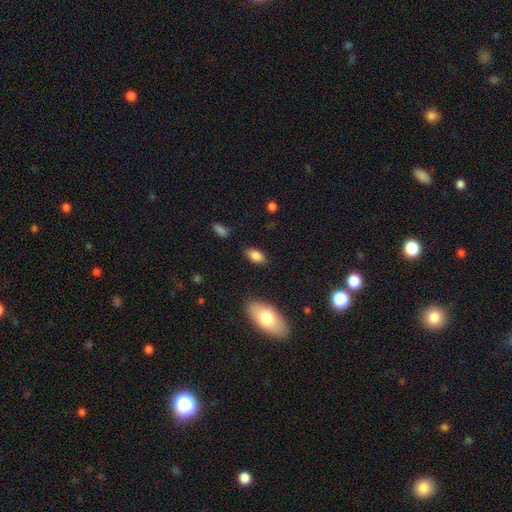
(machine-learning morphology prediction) Smooth or featured: smooth — 82% (featured or disk — 10%)
How rounded: in between — 90% (cigar-shaped — 6%)
Merging: none — 83% (minor disturbance — 12%)